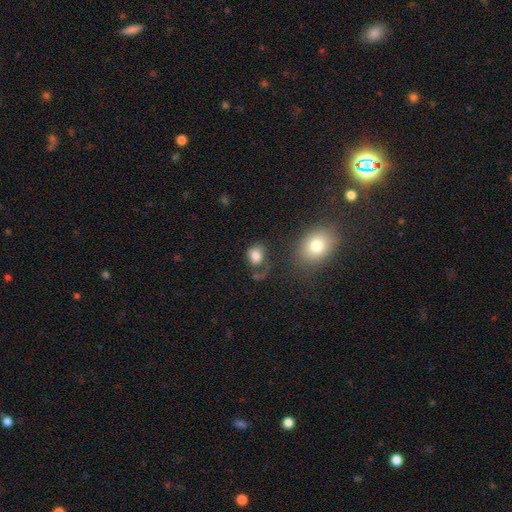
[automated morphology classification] smooth 80%, star or artifact 11%, featured or disk 9%. Down the decision tree: how rounded — round (52%); merging — none (52%).